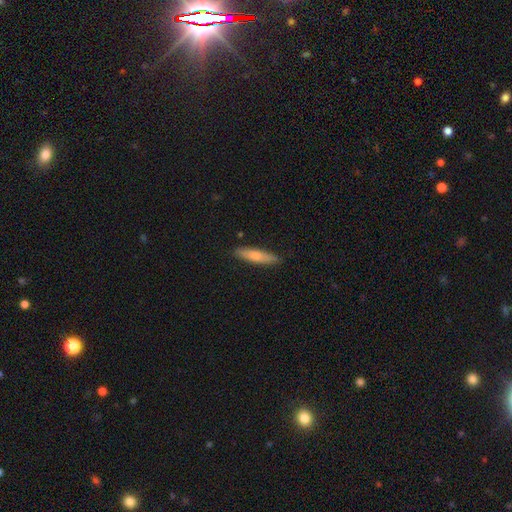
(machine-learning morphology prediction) Smooth or featured?
  - smooth: 75% *
  - featured or disk: 19%
  - star or artifact: 6%
How rounded?
  - cigar-shaped: 83% *
  - in between: 16%
  - round: 1%
Merging?
  - none: 88% *
  - minor disturbance: 9%
  - major disturbance: 2%
  - merger: 1%